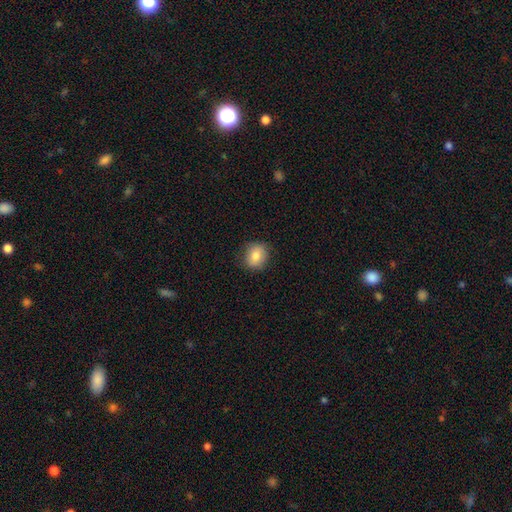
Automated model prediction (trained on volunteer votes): Q: Smooth or featured?
A: smooth (81%); runner-up: featured or disk (11%)
Q: How rounded?
A: round (67%); runner-up: in between (32%)
Q: Merging?
A: none (84%); runner-up: minor disturbance (12%)